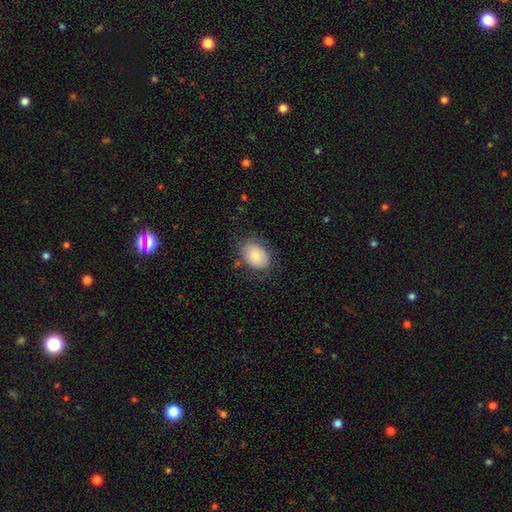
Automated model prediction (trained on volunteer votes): Smooth or featured?
  - smooth: 81% *
  - featured or disk: 12%
  - star or artifact: 7%
How rounded?
  - in between: 80% *
  - round: 19%
  - cigar-shaped: 1%
Merging?
  - none: 72% *
  - minor disturbance: 20%
  - major disturbance: 7%
  - merger: 2%